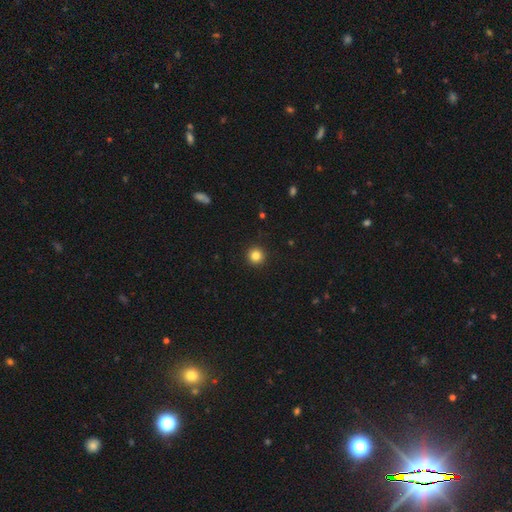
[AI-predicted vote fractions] Q: Smooth or featured?
A: smooth (84%); runner-up: star or artifact (12%)
Q: How rounded?
A: round (96%); runner-up: in between (4%)
Q: Merging?
A: none (93%); runner-up: minor disturbance (4%)